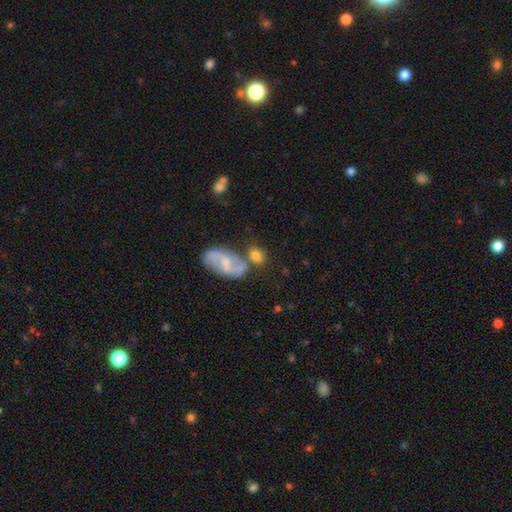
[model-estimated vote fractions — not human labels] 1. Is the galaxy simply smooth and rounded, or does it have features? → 61% smooth, 31% featured or disk, 8% star or artifact.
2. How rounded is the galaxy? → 52% round, 45% in between, 3% cigar-shaped.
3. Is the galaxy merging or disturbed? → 58% none, 23% merger, 14% minor disturbance, 5% major disturbance.